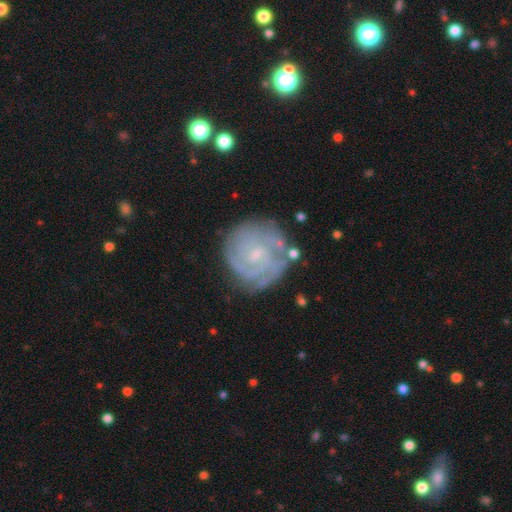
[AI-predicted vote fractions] smooth_or_featured: featured or disk (p=0.82) [alt: smooth p=0.11]
disk_edge_on: no (p=0.98) [alt: yes p=0.02]
bar: no (p=0.59) [alt: weak p=0.35]
has_spiral_arms: yes (p=0.95) [alt: no p=0.05]
spiral_winding: tight (p=0.74) [alt: medium p=0.21]
spiral_arm_count: can't tell (p=0.28) [alt: 3 p=0.27]
bulge_size: small (p=0.72) [alt: moderate p=0.18]
merging: none (p=0.75) [alt: minor disturbance p=0.16]